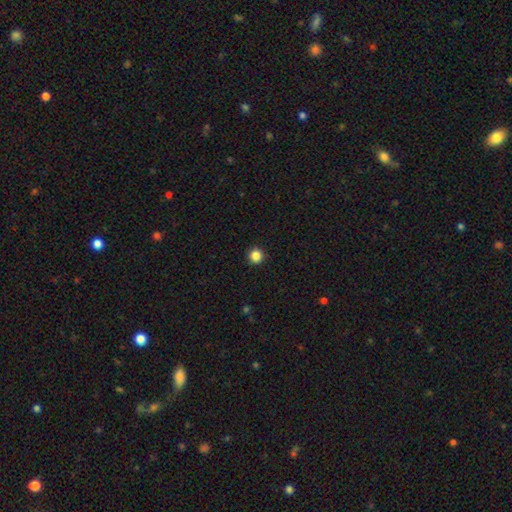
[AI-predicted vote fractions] Smooth or featured?
  - smooth: 86% *
  - star or artifact: 11%
  - featured or disk: 3%
How rounded?
  - round: 95% *
  - in between: 4%
  - cigar-shaped: 1%
Merging?
  - none: 93% *
  - minor disturbance: 4%
  - major disturbance: 1%
  - merger: 1%